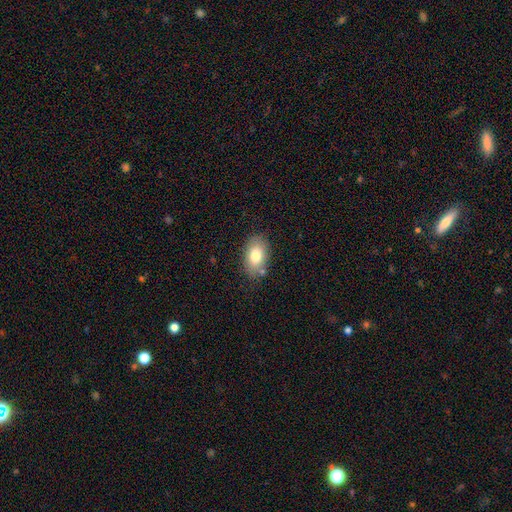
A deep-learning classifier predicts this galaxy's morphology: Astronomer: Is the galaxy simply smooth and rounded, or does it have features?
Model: smooth — 79%.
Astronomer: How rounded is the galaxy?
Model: in between — 90%.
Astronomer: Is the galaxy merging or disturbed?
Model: none — 79%.